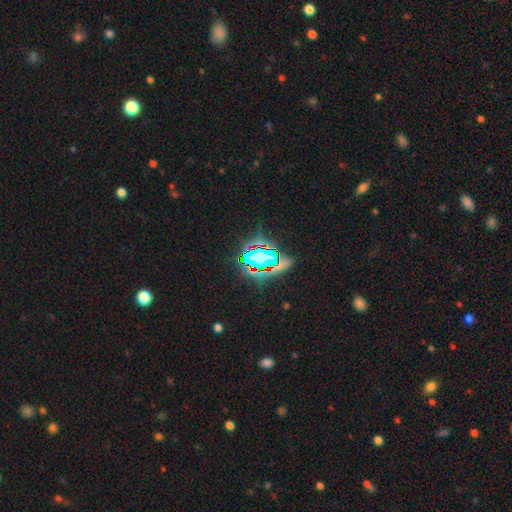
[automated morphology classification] smooth_or_featured: star or artifact (p=0.54) [alt: smooth p=0.30]